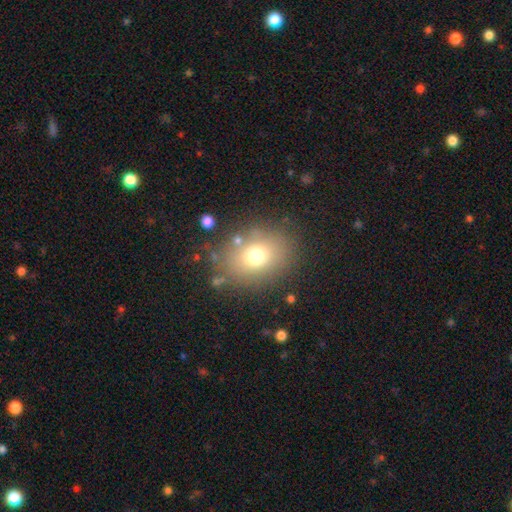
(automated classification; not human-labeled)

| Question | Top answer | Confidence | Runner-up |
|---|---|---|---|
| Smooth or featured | smooth | 71% | star or artifact (15%) |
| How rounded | in between | 52% | round (47%) |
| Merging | none | 79% | minor disturbance (12%) |